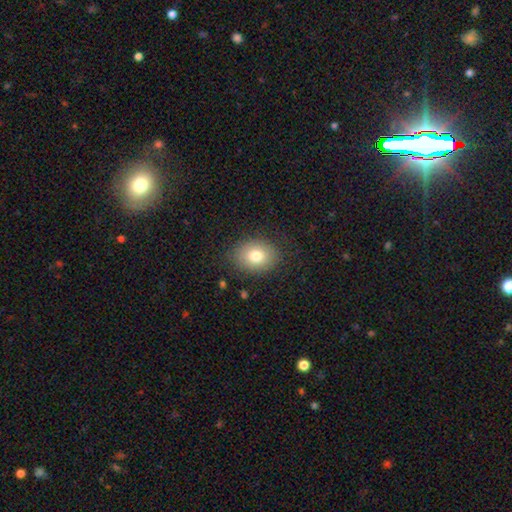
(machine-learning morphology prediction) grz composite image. It shows a smooth galaxy with no disk features (79%) that is in between round and cigar-shaped (55%). Merging: none (84%).